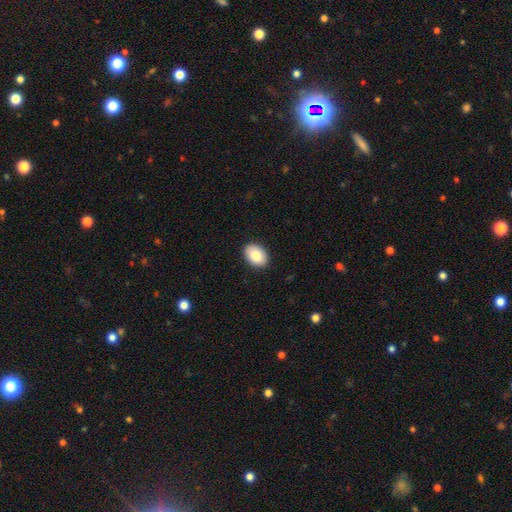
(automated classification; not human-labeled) smooth-or-featured: smooth: 84% | featured or disk: 9% | star or artifact: 7%
  how-rounded: in between: 85% | round: 14% | cigar-shaped: 1%
  merging: none: 90% | minor disturbance: 8% | major disturbance: 2% | merger: 1%